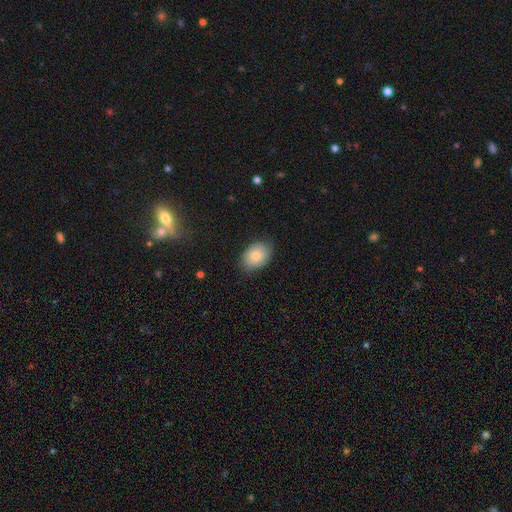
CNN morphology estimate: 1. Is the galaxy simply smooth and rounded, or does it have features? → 78% smooth, 14% featured or disk, 8% star or artifact.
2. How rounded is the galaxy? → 79% in between, 20% round, 1% cigar-shaped.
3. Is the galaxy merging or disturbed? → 80% none, 16% minor disturbance, 3% major disturbance, 1% merger.